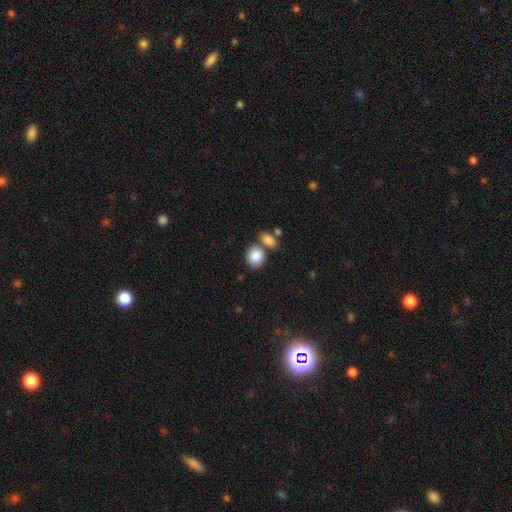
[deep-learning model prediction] Smooth or featured? smooth (87%)
How rounded? round (60%)
Merging? none (56%)